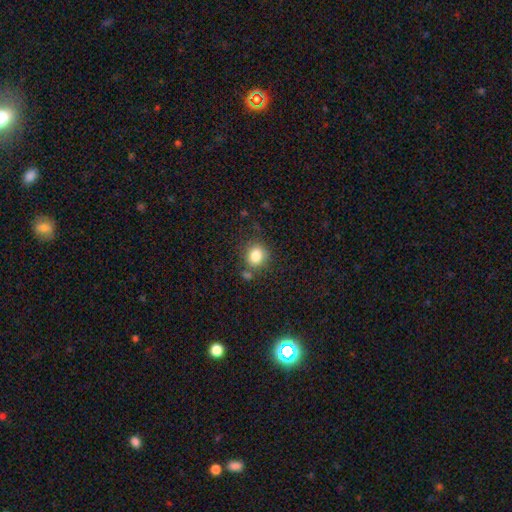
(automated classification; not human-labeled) Smooth or featured? smooth (83%)
How rounded? round (73%)
Merging? none (72%)